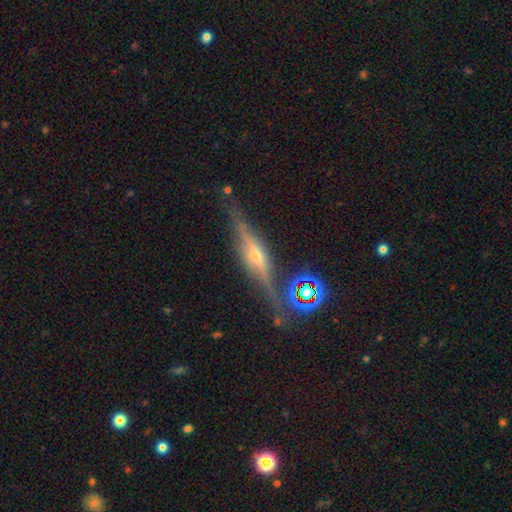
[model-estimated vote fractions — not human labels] Smooth or featured? Predicted: featured or disk (p=0.77). Edge-on disk? Predicted: yes (p=0.95). Edge-on bulge? Predicted: rounded (p=0.77). Merging? Predicted: none (p=0.82).